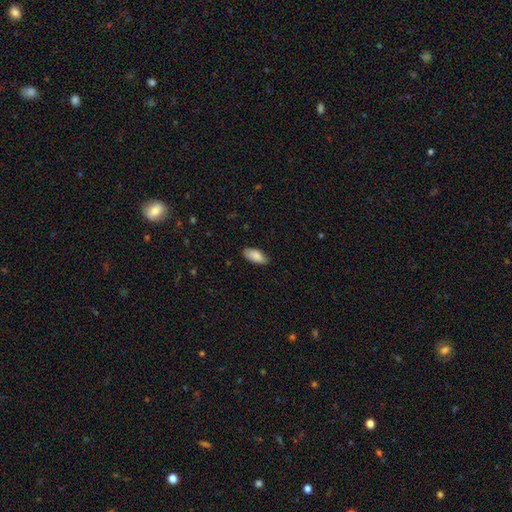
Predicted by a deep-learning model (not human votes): The model was most divided on "merging": none: 84%, minor disturbance: 13%, major disturbance: 2%, merger: 1%. More confident: how rounded — in between (90%); smooth or featured — smooth (88%).